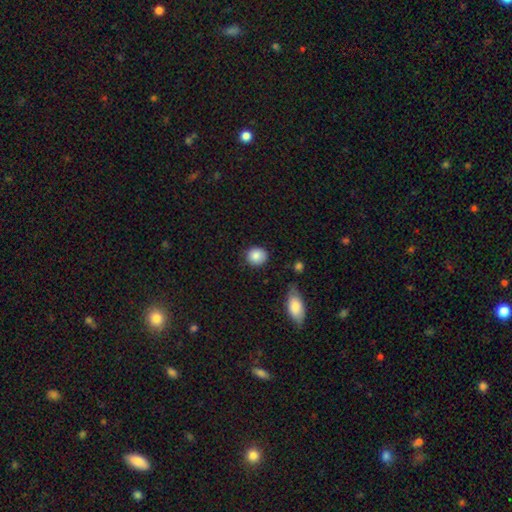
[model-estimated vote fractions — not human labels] Smooth or featured?
  - smooth: 87% *
  - star or artifact: 8%
  - featured or disk: 5%
How rounded?
  - round: 82% *
  - in between: 17%
  - cigar-shaped: 1%
Merging?
  - none: 82% *
  - minor disturbance: 12%
  - major disturbance: 3%
  - merger: 2%